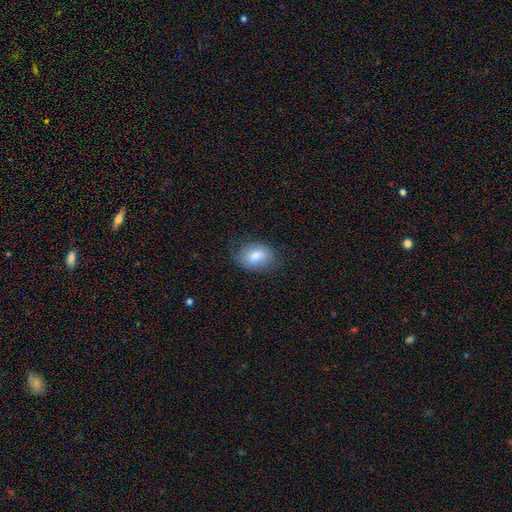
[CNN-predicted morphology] Smooth or featured?
  - smooth: 80% *
  - featured or disk: 13%
  - star or artifact: 8%
How rounded?
  - in between: 76% *
  - round: 23%
  - cigar-shaped: 1%
Merging?
  - none: 75% *
  - minor disturbance: 19%
  - major disturbance: 5%
  - merger: 1%